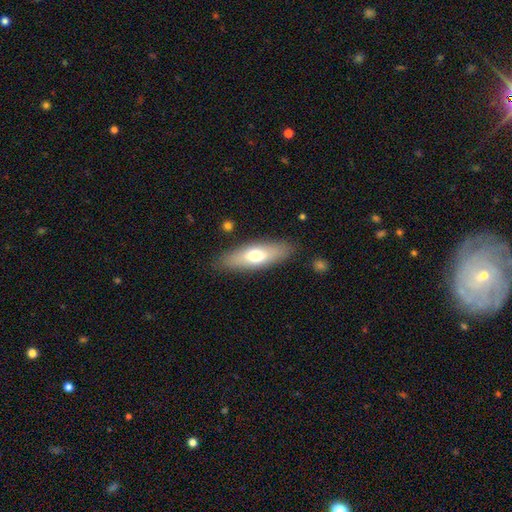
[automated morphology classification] A smooth galaxy with no disk features (64%) that is in between round and cigar-shaped (55%).

Vote fractions:
- Smooth or featured? smooth: 64% / featured or disk: 30% / star or artifact: 6%
- How rounded? in between: 55% / cigar-shaped: 43% / round: 2%
- Merging? none: 86% / minor disturbance: 10% / major disturbance: 3% / merger: 2%